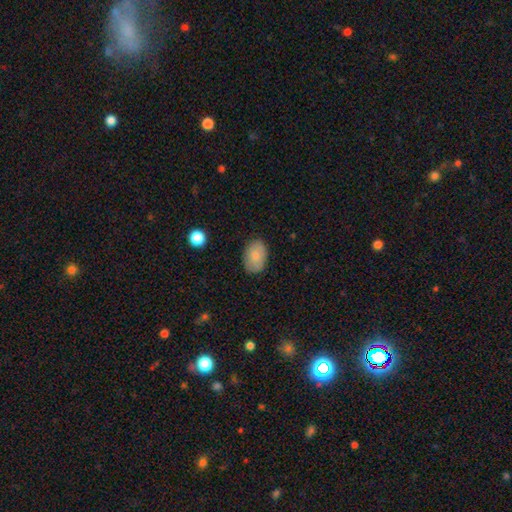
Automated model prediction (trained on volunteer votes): The model was most divided on "smooth or featured": smooth: 82%, featured or disk: 11%, star or artifact: 7%. More confident: how rounded — in between (87%); merging — none (84%).